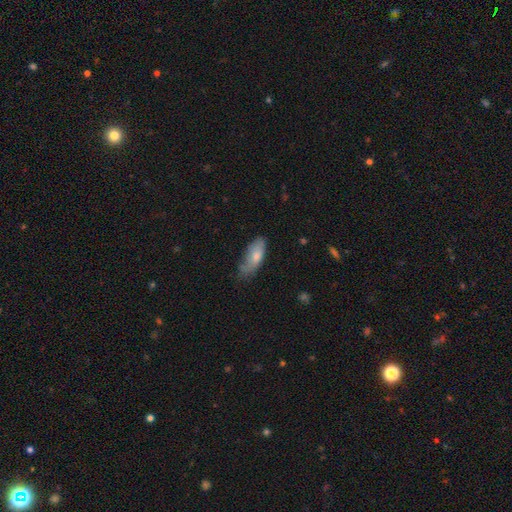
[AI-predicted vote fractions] A smooth galaxy with no disk features (75%) that is in between round and cigar-shaped (78%). Merging: none (43%).